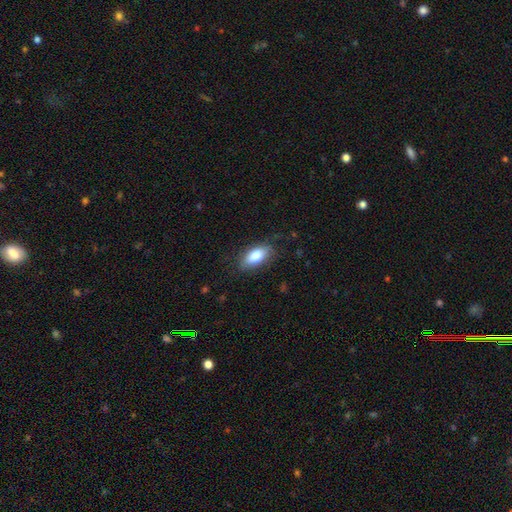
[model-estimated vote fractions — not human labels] A smooth galaxy with no disk features (81%) that is in between round and cigar-shaped (87%).

Vote fractions:
- Smooth or featured? smooth: 81% / featured or disk: 12% / star or artifact: 7%
- How rounded? in between: 87% / cigar-shaped: 10% / round: 3%
- Merging? none: 80% / minor disturbance: 15% / major disturbance: 4% / merger: 1%